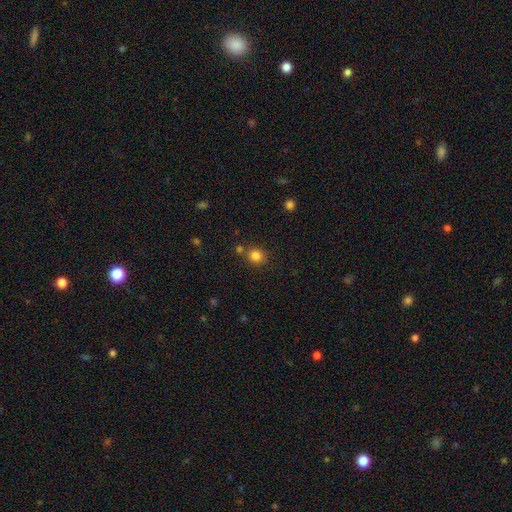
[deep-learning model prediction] Smooth or featured?
  - smooth: 83% *
  - star or artifact: 12%
  - featured or disk: 5%
How rounded?
  - round: 82% *
  - in between: 18%
  - cigar-shaped: 1%
Merging?
  - none: 78% *
  - merger: 10%
  - minor disturbance: 10%
  - major disturbance: 3%